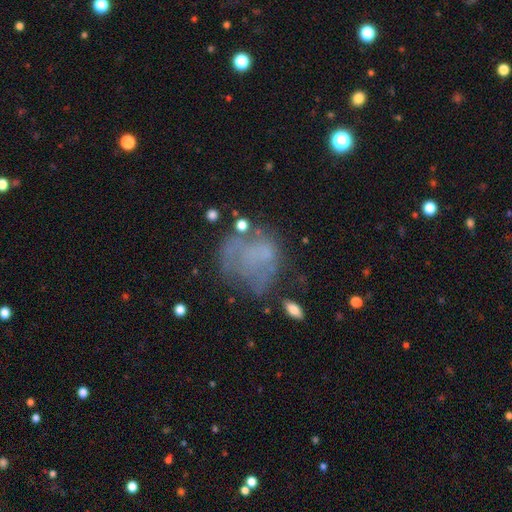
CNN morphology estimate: smooth_or_featured: featured or disk (p=0.42) [alt: smooth p=0.41]
merging: none (p=0.42) [alt: major disturbance p=0.28]